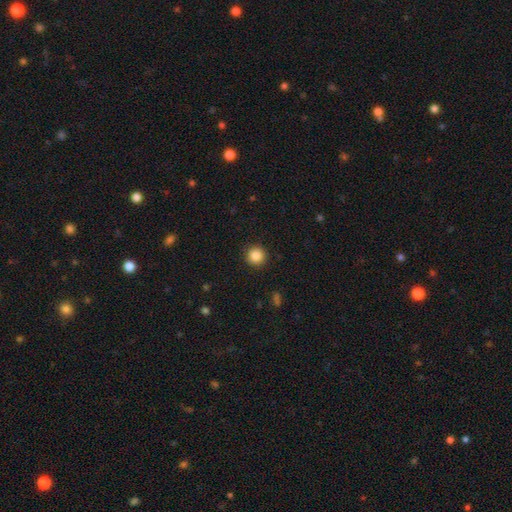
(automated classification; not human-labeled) This is clearly a smooth galaxy (86%). How rounded: clearly round (95%). Merging: clearly none (92%).